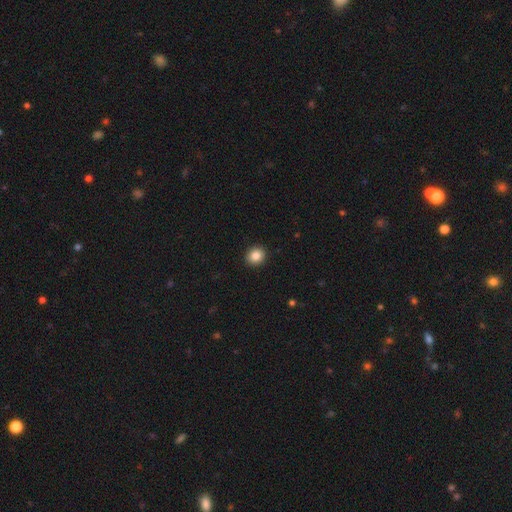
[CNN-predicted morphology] Smooth or featured?
  - smooth: 86% *
  - star or artifact: 9%
  - featured or disk: 5%
How rounded?
  - round: 79% *
  - in between: 21%
  - cigar-shaped: 1%
Merging?
  - none: 93% *
  - minor disturbance: 5%
  - major disturbance: 2%
  - merger: 1%